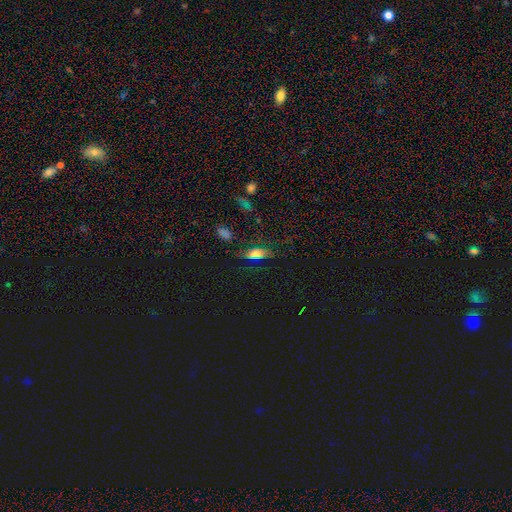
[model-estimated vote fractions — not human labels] Morphology: type=smooth (54%); roundness=in between (70%); merging=none (71%).